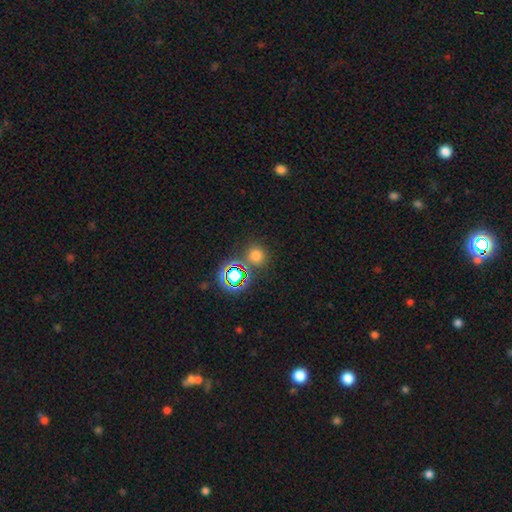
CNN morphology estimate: Smooth or featured: smooth — 66% (star or artifact — 28%)
How rounded: round — 90% (in between — 9%)
Merging: none — 77% (merger — 11%)